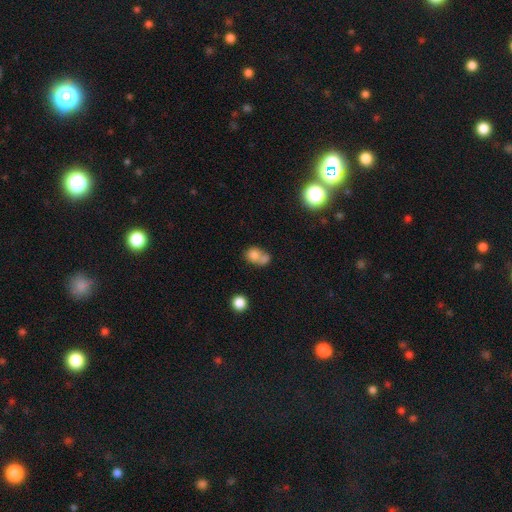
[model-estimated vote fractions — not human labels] Smooth or featured?
  - smooth: 75% *
  - featured or disk: 14%
  - star or artifact: 11%
How rounded?
  - round: 54% *
  - in between: 45%
  - cigar-shaped: 1%
Merging?
  - merger: 57% *
  - none: 27%
  - minor disturbance: 10%
  - major disturbance: 7%